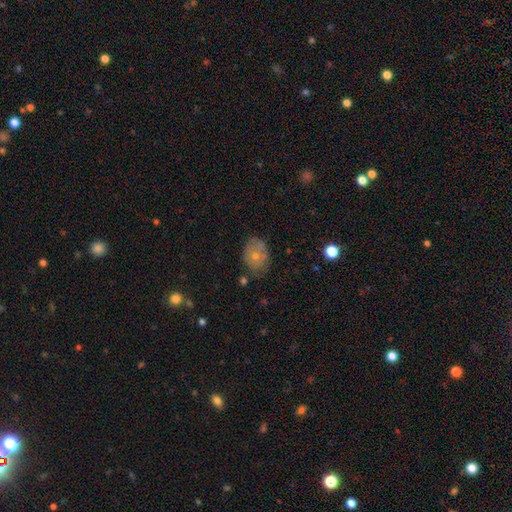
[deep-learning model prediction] Morphology: type=smooth (63%); roundness=in between (66%); merging=none (62%).